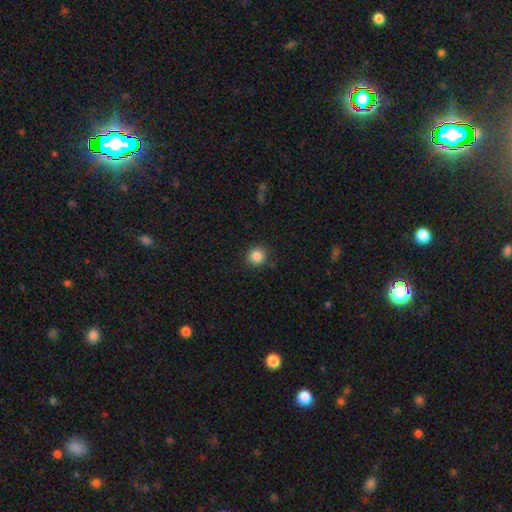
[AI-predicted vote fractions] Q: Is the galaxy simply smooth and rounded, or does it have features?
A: smooth — 86%.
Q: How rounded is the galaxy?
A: round — 91%.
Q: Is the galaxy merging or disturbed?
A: none — 88%.